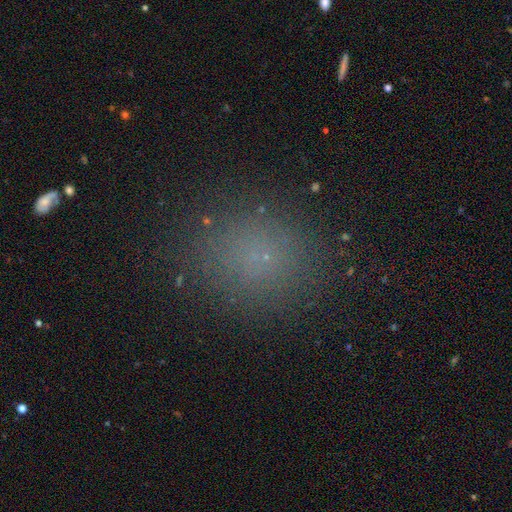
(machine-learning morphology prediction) Smooth or featured? Predicted: smooth (p=0.71). How rounded? Predicted: round (p=0.69). Merging? Predicted: none (p=0.87).